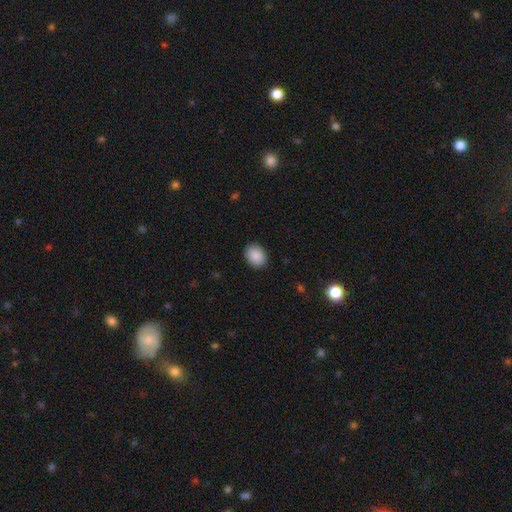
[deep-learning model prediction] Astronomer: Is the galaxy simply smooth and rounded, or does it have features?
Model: smooth — 90%.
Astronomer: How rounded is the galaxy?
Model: in between — 60% (runner-up: round, 40%).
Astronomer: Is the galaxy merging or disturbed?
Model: none — 89%.